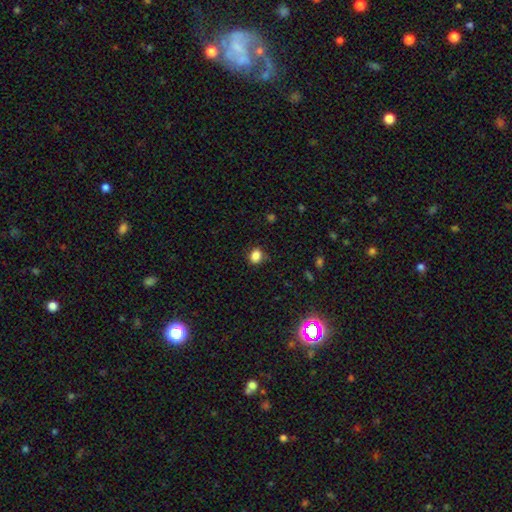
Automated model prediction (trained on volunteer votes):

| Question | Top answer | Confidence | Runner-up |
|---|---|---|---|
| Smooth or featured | smooth | 85% | star or artifact (11%) |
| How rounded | round | 59% | in between (40%) |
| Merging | none | 82% | minor disturbance (14%) |